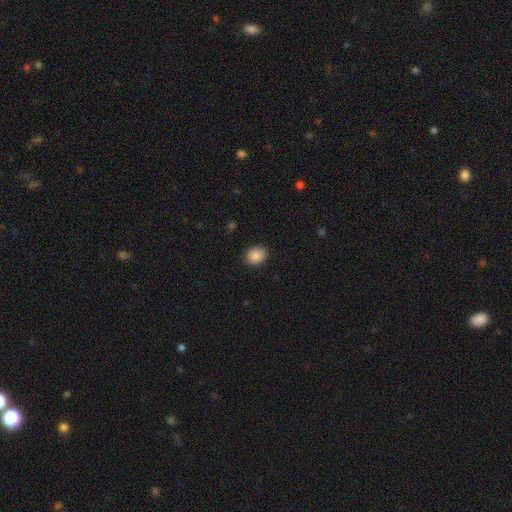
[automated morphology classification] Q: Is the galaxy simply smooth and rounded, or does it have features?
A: smooth — 88%.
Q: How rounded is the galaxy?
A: round — 52%.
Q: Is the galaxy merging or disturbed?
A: none — 88%.